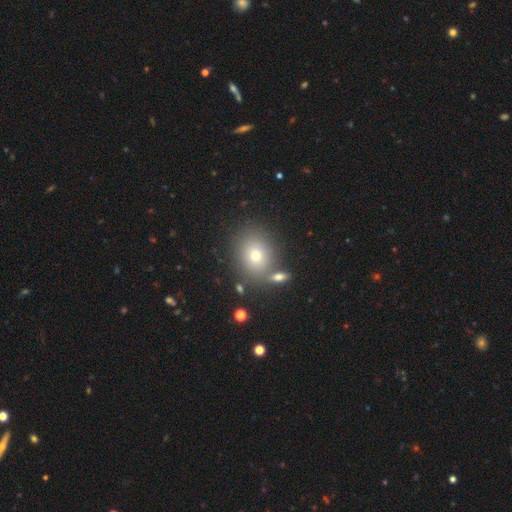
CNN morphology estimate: A smooth galaxy with no disk features (71%) that is round (60%).

Vote fractions:
- Smooth or featured? smooth: 71% / star or artifact: 16% / featured or disk: 13%
- How rounded? round: 60% / in between: 38% / cigar-shaped: 1%
- Merging? none: 74% / merger: 13% / minor disturbance: 10% / major disturbance: 4%